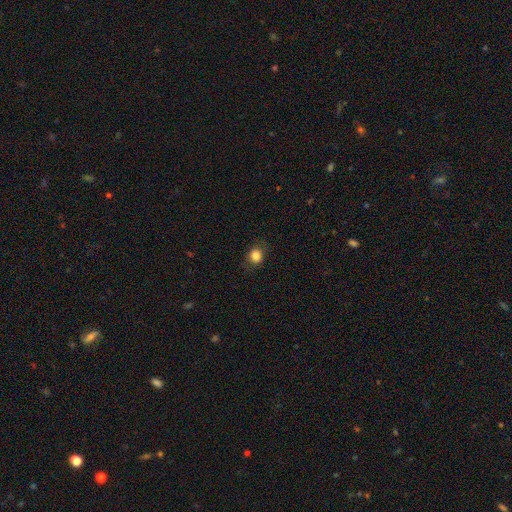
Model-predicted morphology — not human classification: This is clearly a smooth galaxy (83%). How rounded: likely round (69%). Merging: clearly none (80%).